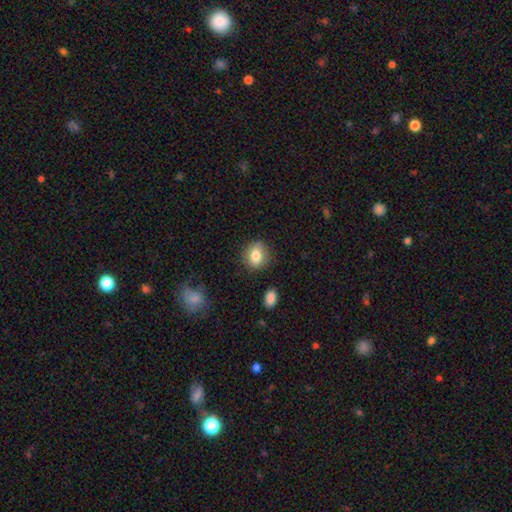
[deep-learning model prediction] smooth-or-featured: smooth: 81% | featured or disk: 10% | star or artifact: 9%
  how-rounded: round: 66% | in between: 32% | cigar-shaped: 1%
  merging: none: 81% | minor disturbance: 13% | major disturbance: 3% | merger: 2%